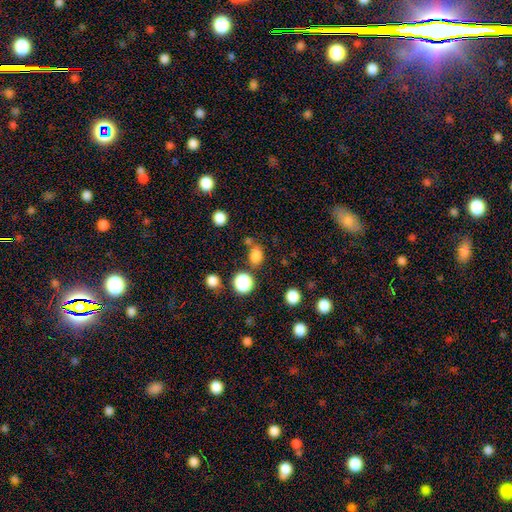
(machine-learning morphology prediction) A smooth galaxy with no disk features (79%) that is in between round and cigar-shaped (61%).

Vote fractions:
- Smooth or featured? smooth: 79% / star or artifact: 15% / featured or disk: 5%
- How rounded? in between: 61% / round: 38% / cigar-shaped: 1%
- Merging? none: 70% / minor disturbance: 14% / merger: 11% / major disturbance: 5%